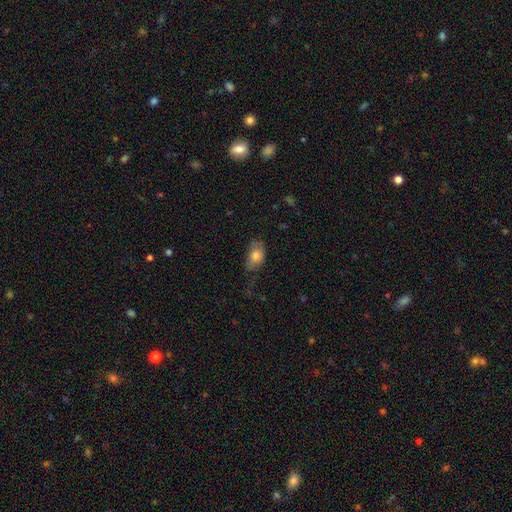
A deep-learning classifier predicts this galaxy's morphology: smooth 75%, featured or disk 17%, star or artifact 8%. Down the decision tree: how rounded — in between (87%); merging — none (48%).